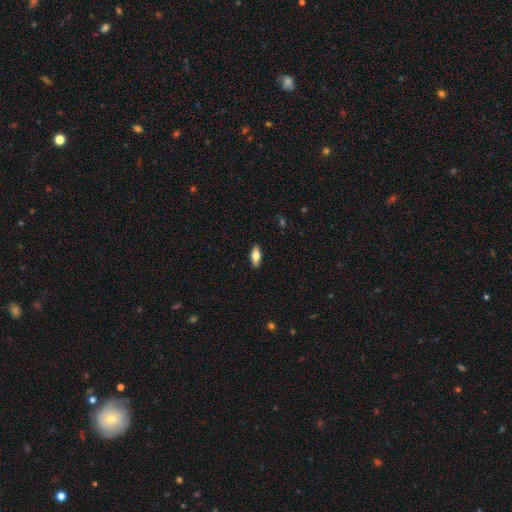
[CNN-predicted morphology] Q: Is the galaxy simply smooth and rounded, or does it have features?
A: smooth — 66%.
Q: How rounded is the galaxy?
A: in between — 75%.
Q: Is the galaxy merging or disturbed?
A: none — 89%.